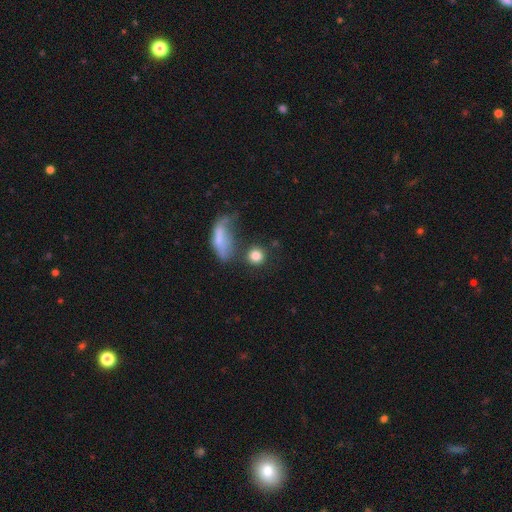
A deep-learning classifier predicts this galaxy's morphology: This is clearly a smooth galaxy (81%). How rounded: clearly round (84%). Merging: likely none (63%).